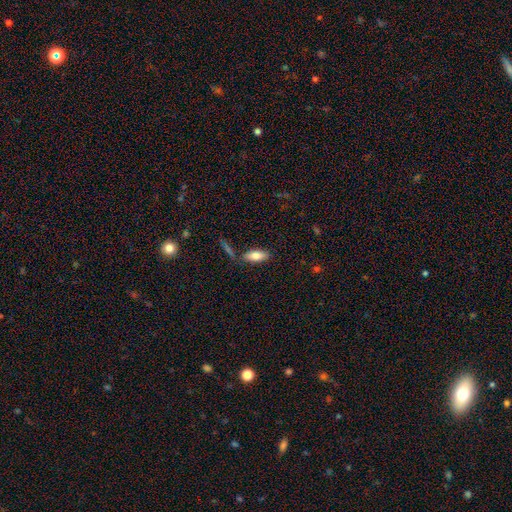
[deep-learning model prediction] Morphology: type=smooth (76%); roundness=in between (78%); merging=none (77%).